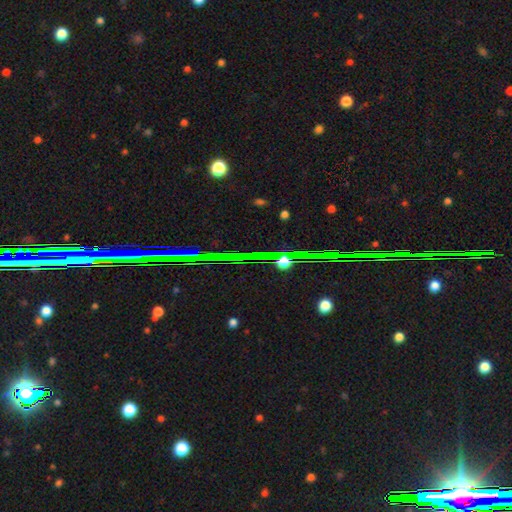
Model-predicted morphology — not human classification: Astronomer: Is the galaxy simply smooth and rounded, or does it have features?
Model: star or artifact — 79%.